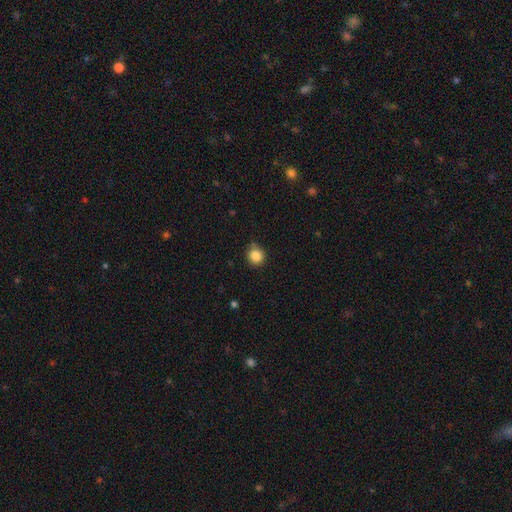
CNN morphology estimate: The model was most divided on "merging": none: 78%, minor disturbance: 17%, major disturbance: 3%, merger: 2%. More confident: how rounded — round (90%); smooth or featured — smooth (85%).